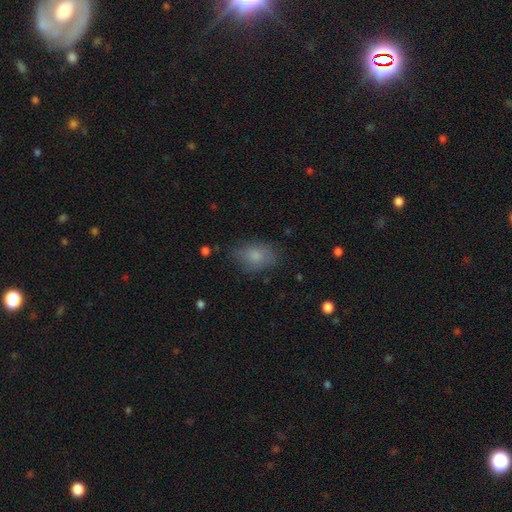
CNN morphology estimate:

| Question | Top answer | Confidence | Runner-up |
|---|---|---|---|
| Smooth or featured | smooth | 79% | featured or disk (12%) |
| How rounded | in between | 80% | round (18%) |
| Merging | none | 71% | minor disturbance (21%) |